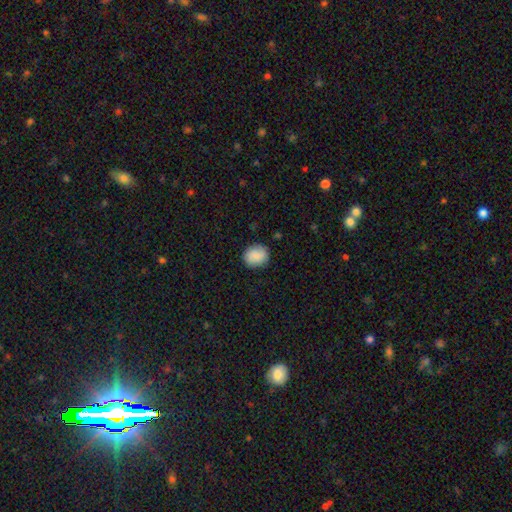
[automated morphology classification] This is clearly a smooth galaxy (88%). How rounded: likely round (67%). Merging: clearly none (85%).